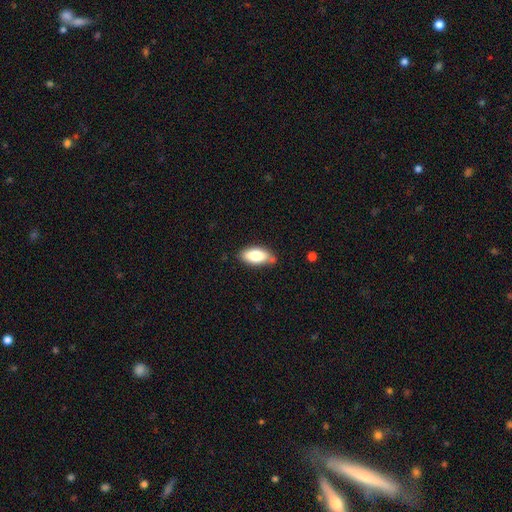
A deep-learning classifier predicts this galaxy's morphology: Smooth or featured: smooth — 79% (featured or disk — 14%)
How rounded: in between — 89% (cigar-shaped — 8%)
Merging: none — 73% (minor disturbance — 21%)